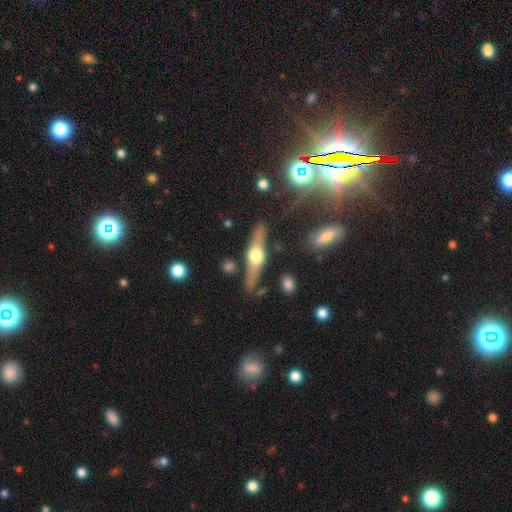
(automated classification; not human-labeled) Q: Smooth or featured?
A: featured or disk (71%); runner-up: smooth (23%)
Q: Edge-on disk?
A: yes (96%); runner-up: no (4%)
Q: Edge-on bulge?
A: rounded (95%); runner-up: boxy (4%)
Q: Merging?
A: none (83%); runner-up: minor disturbance (11%)